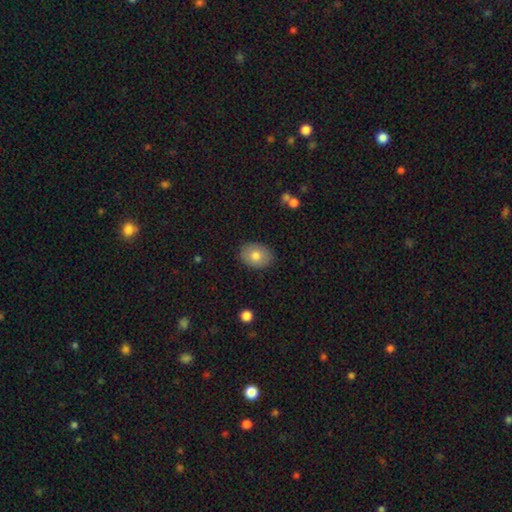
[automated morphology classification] smooth 77%, featured or disk 16%, star or artifact 7%. Down the decision tree: how rounded — in between (70%); merging — none (87%).